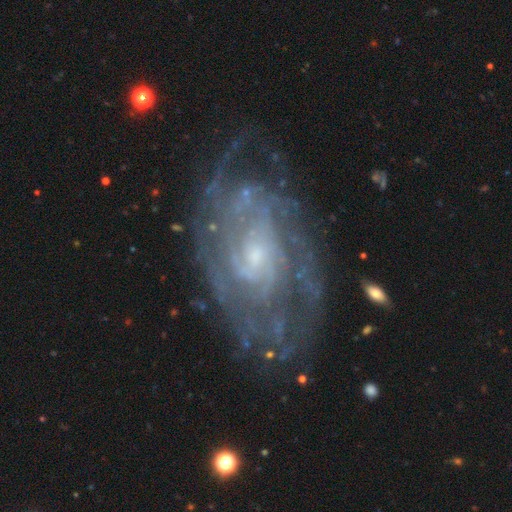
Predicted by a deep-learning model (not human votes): Smooth or featured?
  - featured or disk: 88% *
  - star or artifact: 6%
  - smooth: 5%
Edge-on disk?
  - no: 96% *
  - yes: 4%
Bar?
  - no: 61% *
  - weak: 32%
  - strong: 8%
Spiral arms?
  - yes: 95% *
  - no: 5%
Spiral winding?
  - tight: 68% *
  - medium: 26%
  - loose: 6%
Spiral arm count?
  - can't tell: 38% *
  - 2: 17%
  - 4: 14%
  - 3: 13%
  - more than 4: 12%
  - 1: 7%
Bulge size?
  - small: 69% *
  - moderate: 24%
  - none: 4%
  - large: 2%
  - dominant: 1%
Merging?
  - none: 74% *
  - minor disturbance: 16%
  - major disturbance: 9%
  - merger: 2%